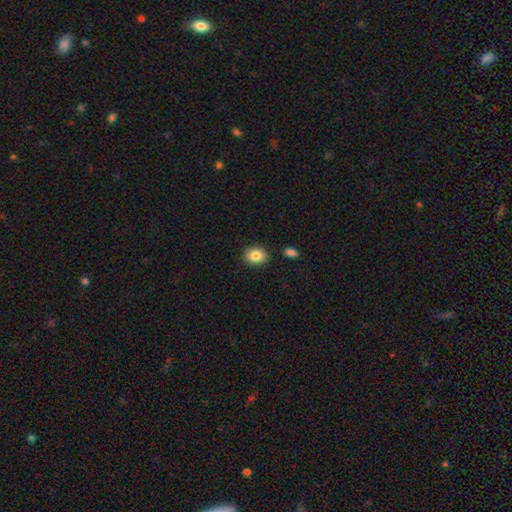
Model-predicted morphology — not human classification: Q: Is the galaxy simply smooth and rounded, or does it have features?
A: smooth — 85%.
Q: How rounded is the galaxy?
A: in between — 51%.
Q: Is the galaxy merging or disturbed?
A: none — 86%.